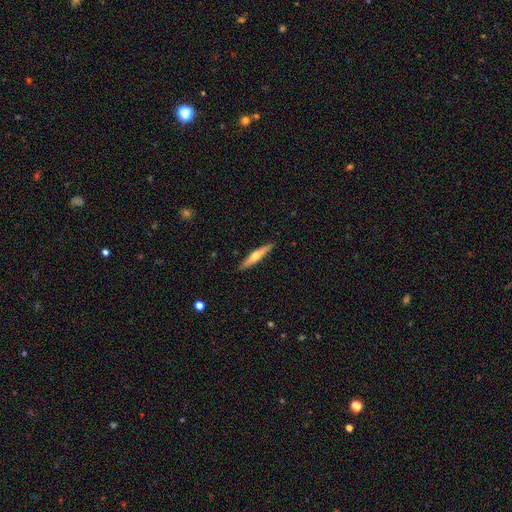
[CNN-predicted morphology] smooth_or_featured: featured or disk (p=0.54) [alt: smooth p=0.41]
disk_edge_on: yes (p=0.96) [alt: no p=0.04]
edge_on_bulge: rounded (p=0.88) [alt: none p=0.08]
merging: none (p=0.90) [alt: minor disturbance p=0.07]